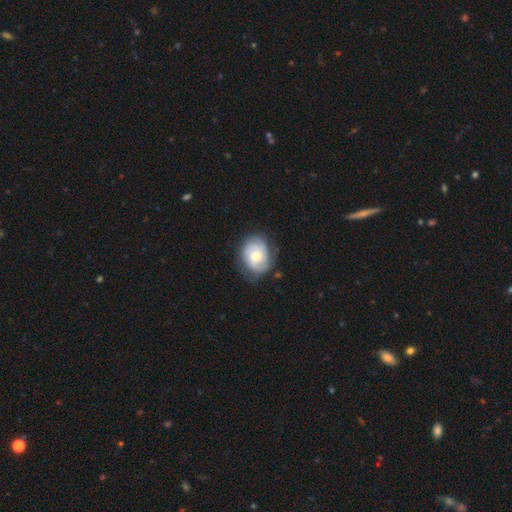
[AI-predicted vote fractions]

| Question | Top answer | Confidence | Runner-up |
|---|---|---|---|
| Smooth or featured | featured or disk | 65% | smooth (29%) |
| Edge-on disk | no | 98% | yes (2%) |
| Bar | no | 69% | weak (27%) |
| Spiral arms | yes | 91% | no (9%) |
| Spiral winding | tight | 51% | medium (37%) |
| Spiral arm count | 2 | 39% | can't tell (25%) |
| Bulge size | moderate | 60% | small (29%) |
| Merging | none | 71% | minor disturbance (20%) |